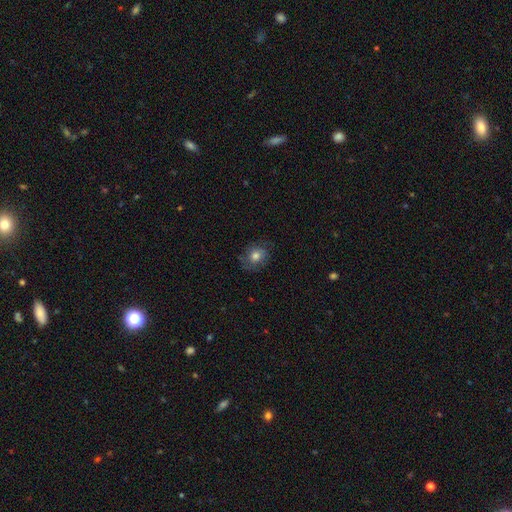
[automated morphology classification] The model was most divided on "how rounded": round: 65%, in between: 34%, cigar-shaped: 1%. More confident: merging — none (73%); smooth or featured — smooth (64%).